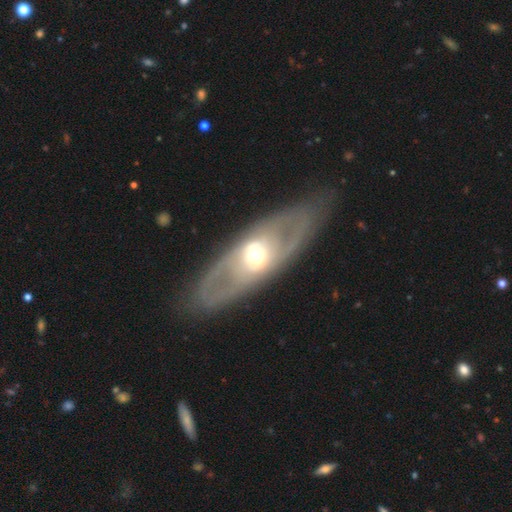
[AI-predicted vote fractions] This is likely a featured or disk galaxy (74%). It is likely not viewed edge-on (79%). Bar: possibly no (58%). Spiral arm pattern: possibly no (55%). Central bulge: likely moderate (66%). Merging: clearly none (80%).